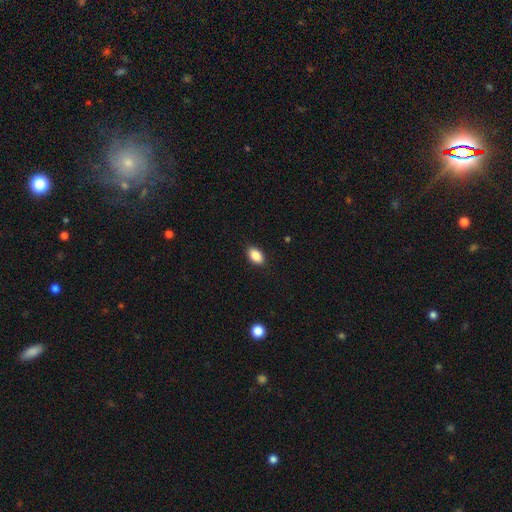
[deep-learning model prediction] Overall: smooth (88%). How rounded: in between (92%). Merging: none (89%).